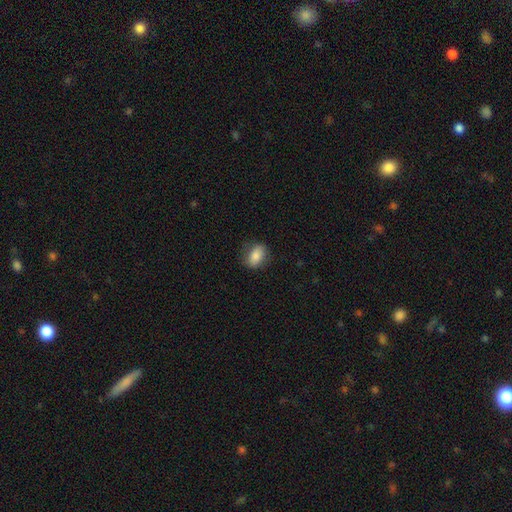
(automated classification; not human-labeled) The model was most divided on "merging": none: 76%, minor disturbance: 18%, major disturbance: 5%, merger: 1%. More confident: smooth or featured — smooth (82%); how rounded — in between (80%).